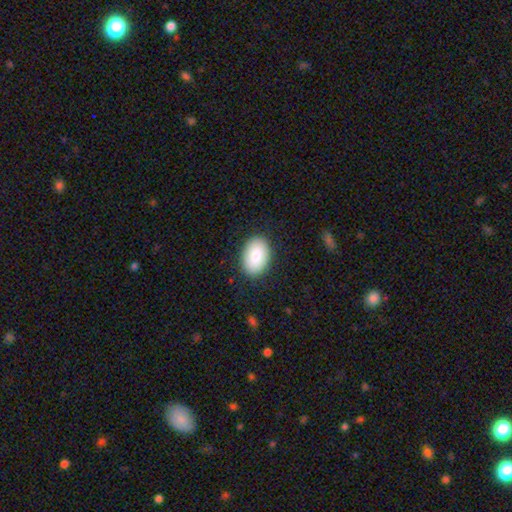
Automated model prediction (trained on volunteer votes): The model was most divided on "how rounded": in between: 87%, round: 12%, cigar-shaped: 1%. More confident: merging — none (88%); smooth or featured — smooth (86%).